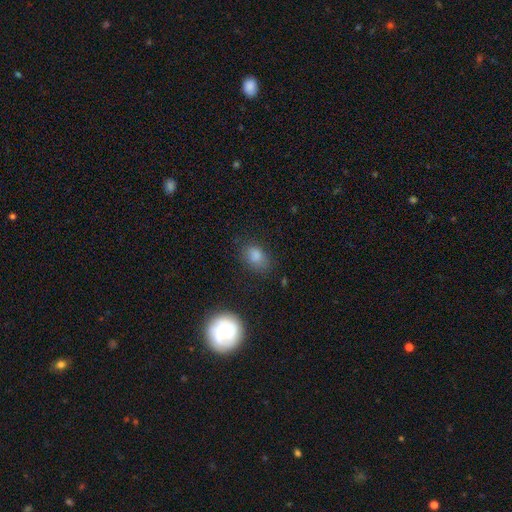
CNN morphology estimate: This is clearly a smooth galaxy (80%). How rounded: likely in between (76%). Merging: likely none (70%).